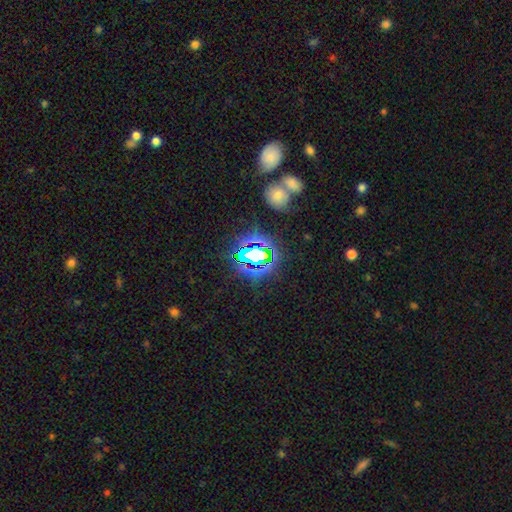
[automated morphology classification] Smooth or featured? star or artifact (70%)